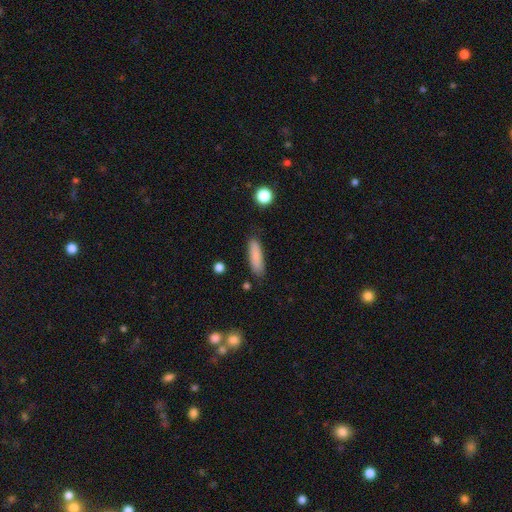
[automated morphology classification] A smooth galaxy with no disk features (84%) that is cigar-shaped (61%). Merging: none (83%).